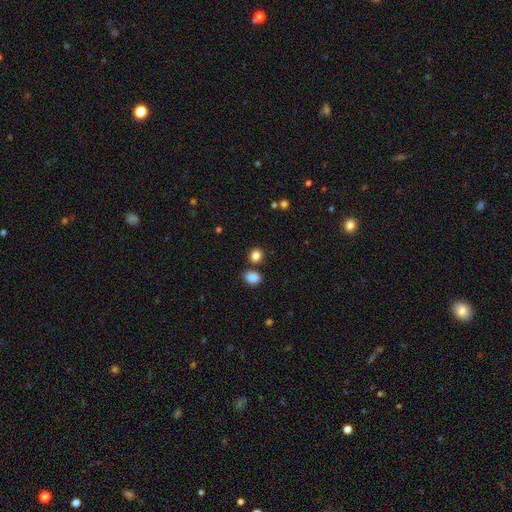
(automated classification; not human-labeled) Smooth or featured?
  - smooth: 85% *
  - star or artifact: 11%
  - featured or disk: 4%
How rounded?
  - round: 72% *
  - in between: 27%
  - cigar-shaped: 1%
Merging?
  - none: 75% *
  - merger: 13%
  - minor disturbance: 9%
  - major disturbance: 3%